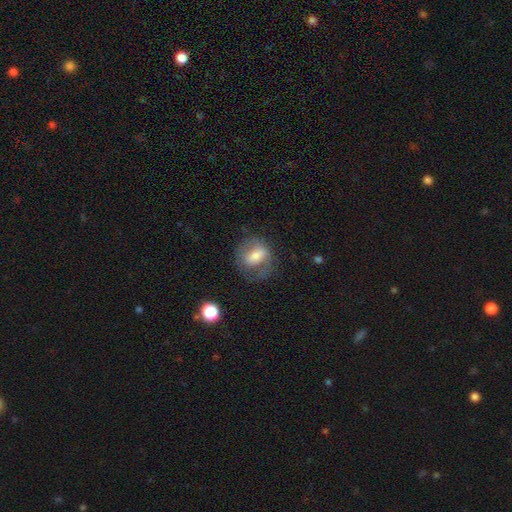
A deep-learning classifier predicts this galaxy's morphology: A smooth galaxy with no disk features (48%).

Vote fractions:
- Smooth or featured? smooth: 48% / featured or disk: 43% / star or artifact: 9%
- Merging? none: 59% / minor disturbance: 21% / major disturbance: 18% / merger: 2%